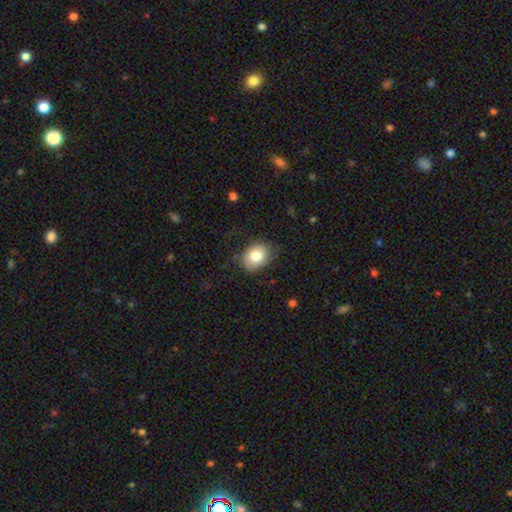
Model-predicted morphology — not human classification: This appears to be a smooth galaxy with no disk features (81%) that is in between round and cigar-shaped (68%). Merging: none (72%).